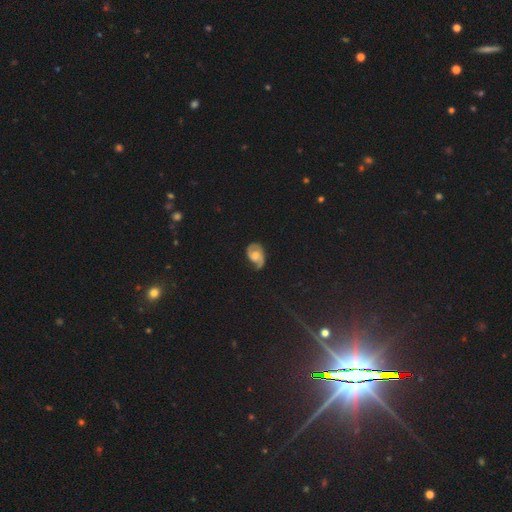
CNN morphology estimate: A featured or disk galaxy (79%) with no bar (60%), 2 (85%) medium (49%) spiral arms (96%) and a moderate central bulge (48%). Merging: none (67%).